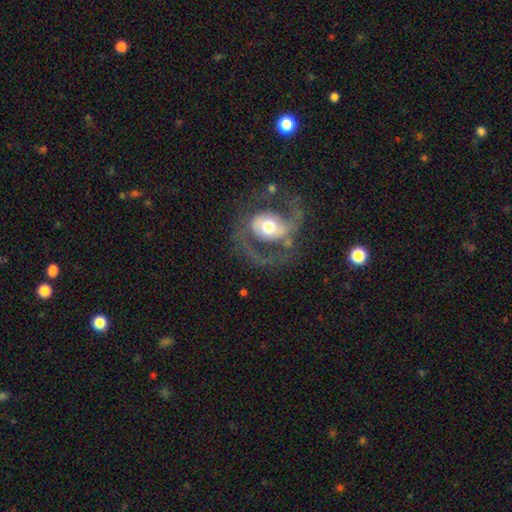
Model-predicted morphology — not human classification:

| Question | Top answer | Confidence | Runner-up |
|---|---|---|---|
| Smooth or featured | featured or disk | 84% | smooth (9%) |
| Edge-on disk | no | 96% | yes (4%) |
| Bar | no | 36% | weak (32%) |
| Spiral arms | yes | 88% | no (12%) |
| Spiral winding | medium | 55% | tight (24%) |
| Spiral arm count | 2 | 85% | 1 (7%) |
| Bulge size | moderate | 63% | small (20%) |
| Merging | none | 68% | major disturbance (16%) |